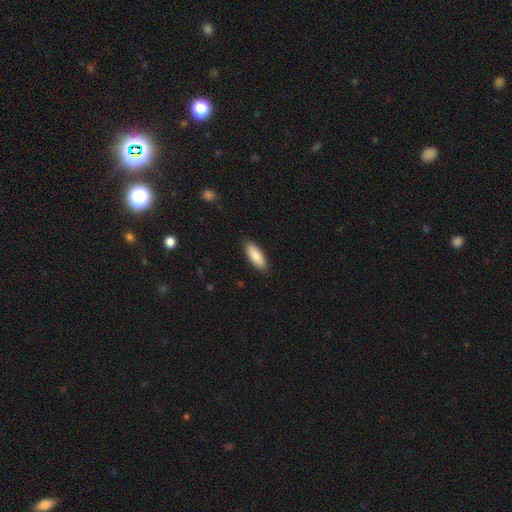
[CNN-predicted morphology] This is clearly a smooth galaxy (87%). How rounded: likely in between (69%). Merging: clearly none (89%).